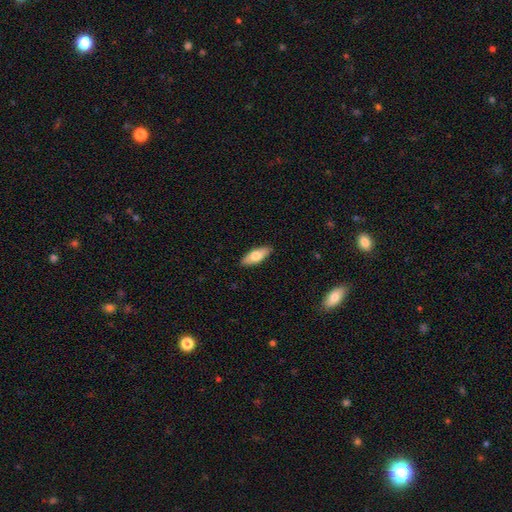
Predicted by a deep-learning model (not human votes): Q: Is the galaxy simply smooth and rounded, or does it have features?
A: smooth — 73%.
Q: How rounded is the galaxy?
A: in between — 74%.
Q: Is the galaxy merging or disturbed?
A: none — 89%.